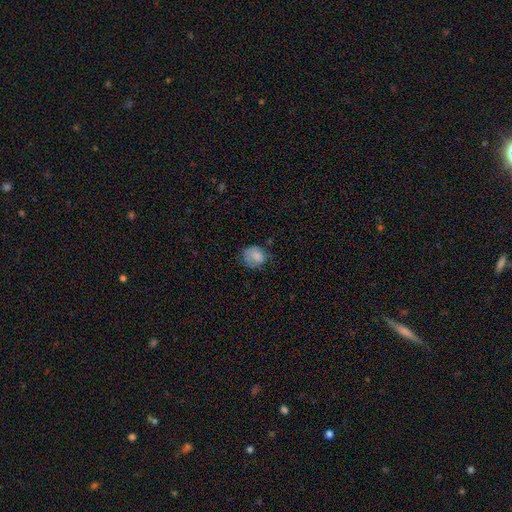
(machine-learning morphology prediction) Smooth or featured? Predicted: smooth (p=0.73). How rounded? Predicted: round (p=0.63). Merging? Predicted: none (p=0.50).